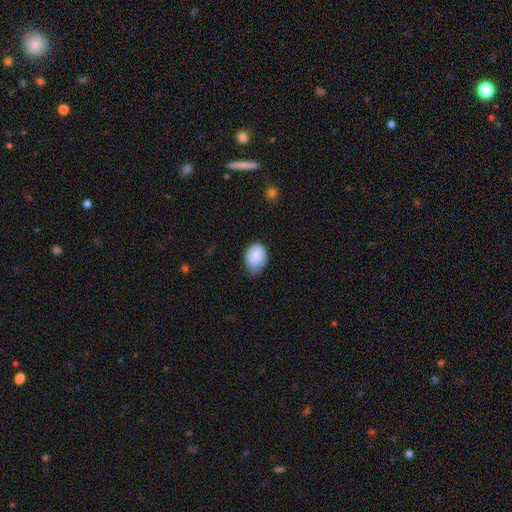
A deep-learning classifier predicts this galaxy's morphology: A smooth galaxy with no disk features (85%) that is in between round and cigar-shaped (61%). Merging: minor disturbance (47%).